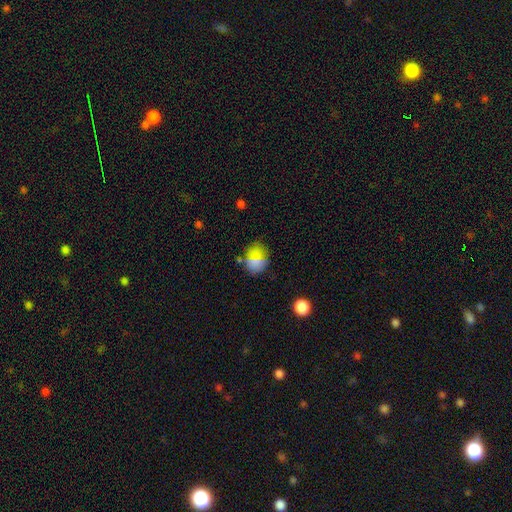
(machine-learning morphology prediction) smooth 70%, star or artifact 21%, featured or disk 8%. Down the decision tree: how rounded — round (65%); merging — none (81%).